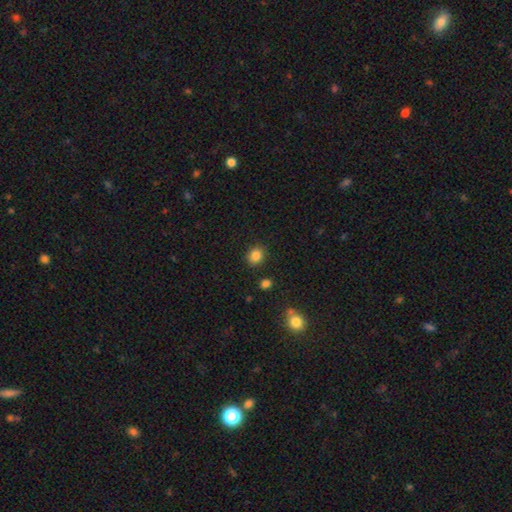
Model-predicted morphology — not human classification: type=smooth (85%); roundness=round (67%); merging=none (86%).